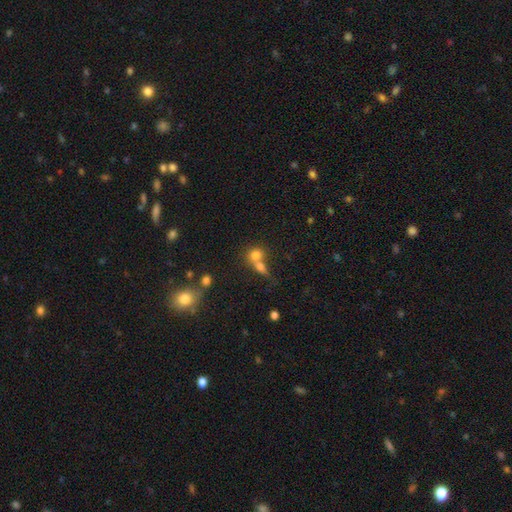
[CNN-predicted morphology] Smooth or featured? Predicted: smooth (p=0.74). How rounded? Predicted: round (p=0.63). Merging? Predicted: merger (p=0.60).